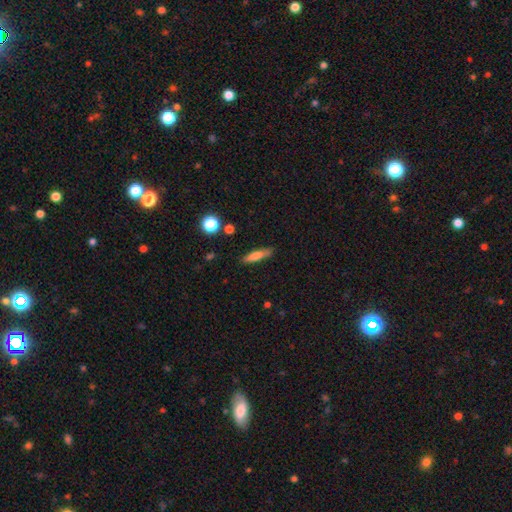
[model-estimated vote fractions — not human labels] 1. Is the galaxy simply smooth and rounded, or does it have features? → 70% smooth, 22% featured or disk, 8% star or artifact.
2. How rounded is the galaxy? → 77% cigar-shaped, 20% in between, 3% round.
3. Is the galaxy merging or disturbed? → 83% none, 12% minor disturbance, 3% major disturbance, 2% merger.